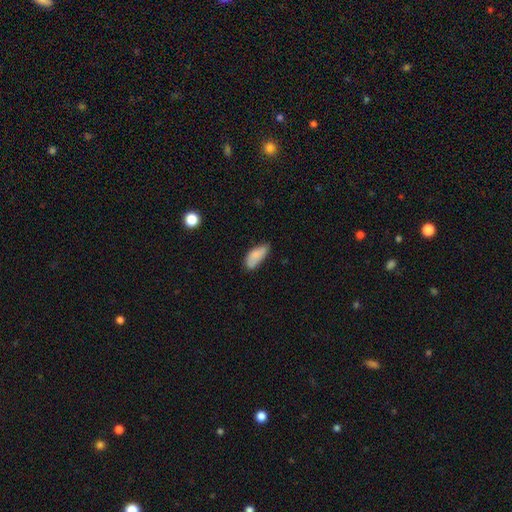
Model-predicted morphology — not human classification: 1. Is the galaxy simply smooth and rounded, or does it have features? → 84% smooth, 8% featured or disk, 8% star or artifact.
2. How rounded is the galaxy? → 85% in between, 13% cigar-shaped, 2% round.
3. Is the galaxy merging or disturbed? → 56% none, 34% minor disturbance, 7% major disturbance, 3% merger.